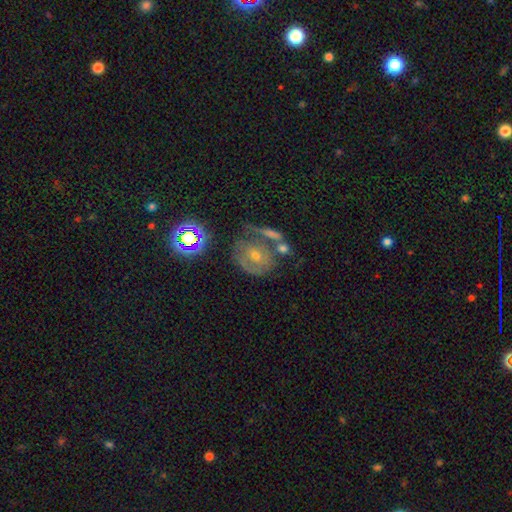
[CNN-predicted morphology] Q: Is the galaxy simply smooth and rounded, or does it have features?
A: featured or disk — 55%.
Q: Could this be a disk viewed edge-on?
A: no — 94%.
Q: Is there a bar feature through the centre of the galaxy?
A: no — 64%.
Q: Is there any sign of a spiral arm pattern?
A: yes — 63%.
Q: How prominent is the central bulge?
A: small — 51%.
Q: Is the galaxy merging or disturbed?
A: none — 49%.